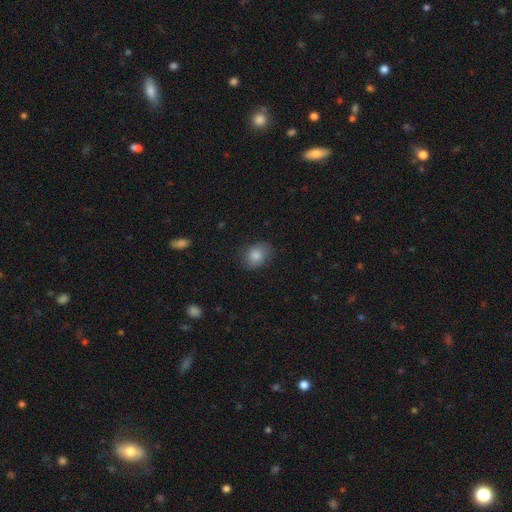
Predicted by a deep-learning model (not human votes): This is clearly a smooth galaxy (84%). How rounded: possibly in between (58%). Merging: likely none (79%).